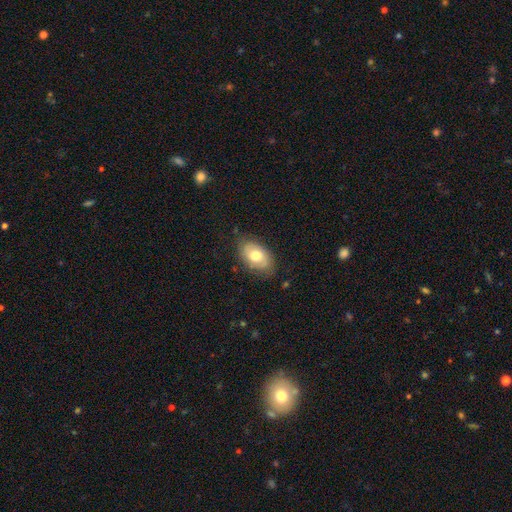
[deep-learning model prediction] Smooth or featured: smooth — 63% (featured or disk — 30%)
How rounded: in between — 91% (round — 8%)
Merging: none — 76% (minor disturbance — 18%)